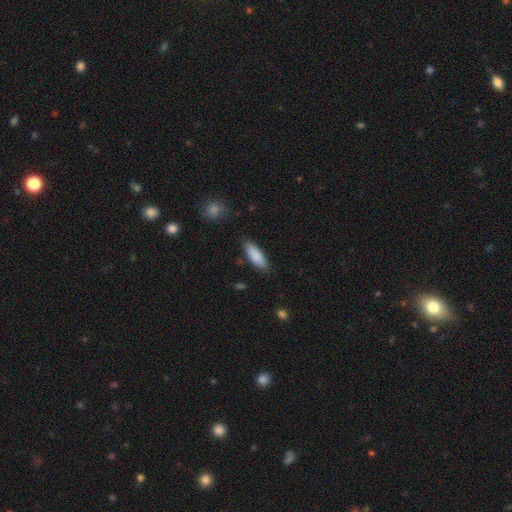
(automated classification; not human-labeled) smooth 86%, featured or disk 8%, star or artifact 6%. Down the decision tree: how rounded — in between (61%); merging — none (83%).